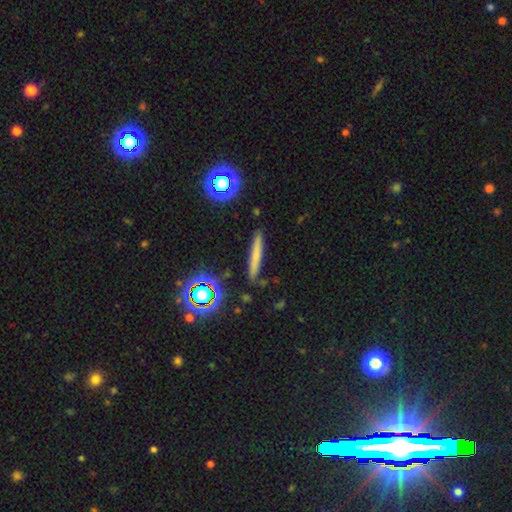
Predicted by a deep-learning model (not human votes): A smooth galaxy with no disk features (64%) that is cigar-shaped (94%). Merging: none (87%).